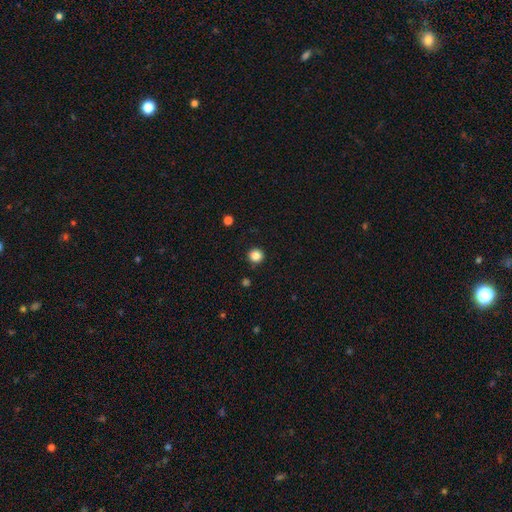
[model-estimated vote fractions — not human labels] Smooth or featured? smooth (85%)
How rounded? round (94%)
Merging? none (90%)